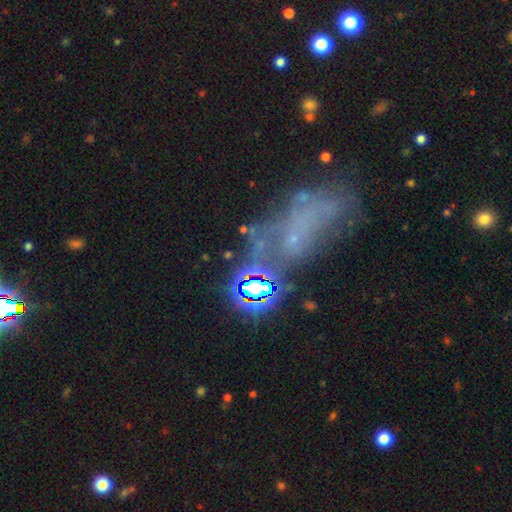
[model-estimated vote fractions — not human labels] Smooth or featured? featured or disk (40%)
Merging? none (42%)